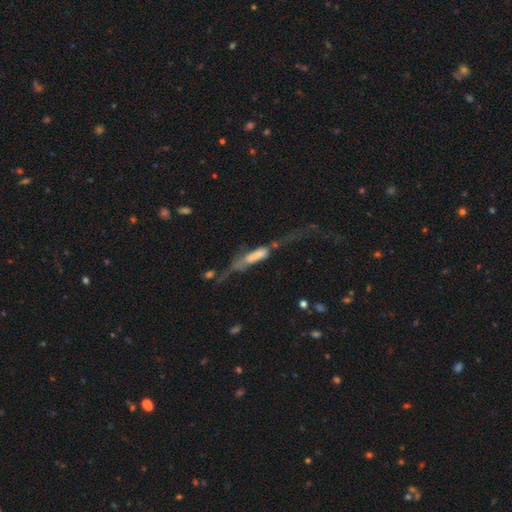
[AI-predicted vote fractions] A smooth galaxy with no disk features (51%) that is cigar-shaped (63%). Merging: major disturbance (47%).